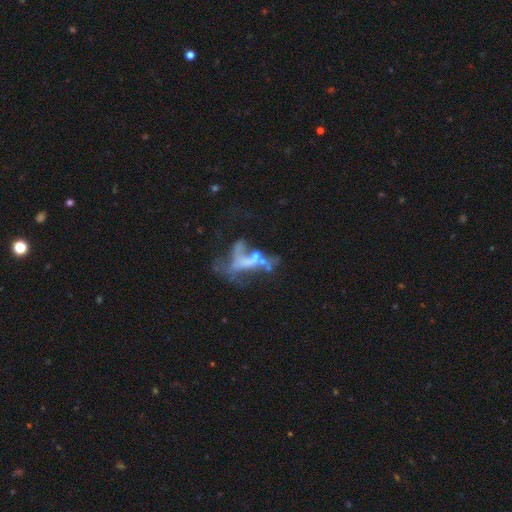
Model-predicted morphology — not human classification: smooth-or-featured: featured or disk: 58% | smooth: 23% | star or artifact: 20%
  disk-edge-on: no: 92% | yes: 8%
    bar: no: 82% | weak: 11% | strong: 7%
    has-spiral-arms: no: 86% | yes: 14%
    bulge-size: none: 68% | small: 16% | moderate: 12% | large: 3% | dominant: 2%
  merging: major disturbance: 41% | merger: 29% | none: 20% | minor disturbance: 10%